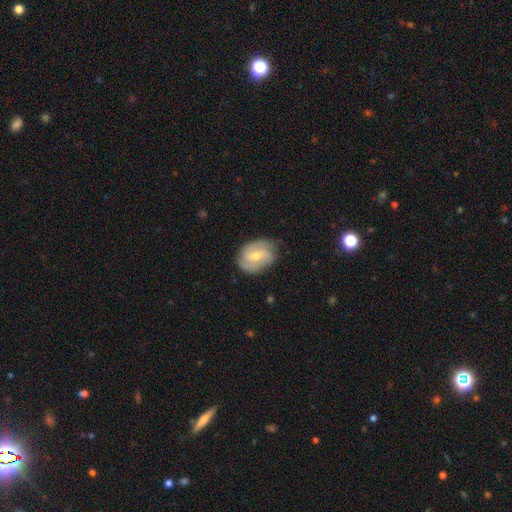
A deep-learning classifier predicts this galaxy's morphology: Overall: featured or disk (77%). Edge-on disk: no (97%). Bar: weak (50%; no 30%). Spiral arms: yes (93%). Spiral arm count: 2 (62%). Spiral winding: medium (42%; tight 40%). Bulge size: moderate (49%; small 48%). Merging: none (76%).